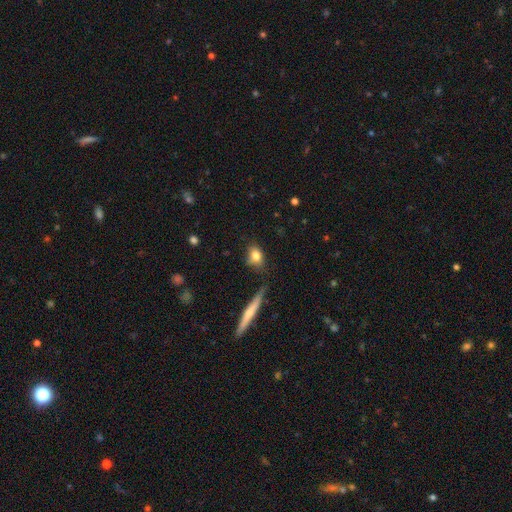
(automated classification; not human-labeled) Morphology: type=smooth (79%); roundness=in between (62%); merging=none (70%).